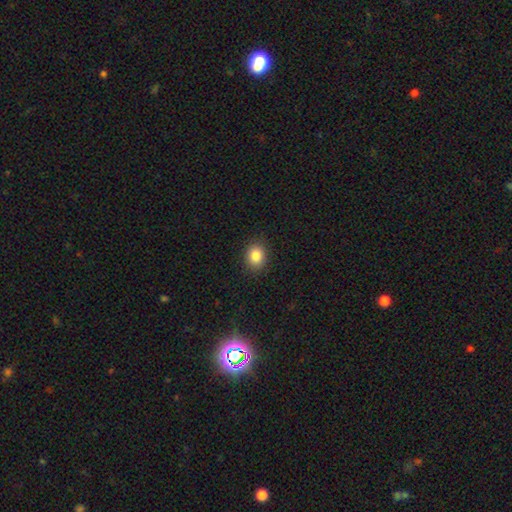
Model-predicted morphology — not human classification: Smooth or featured?
  - smooth: 86% *
  - star or artifact: 10%
  - featured or disk: 5%
How rounded?
  - round: 53% *
  - in between: 46%
  - cigar-shaped: 1%
Merging?
  - none: 89% *
  - minor disturbance: 8%
  - major disturbance: 2%
  - merger: 1%